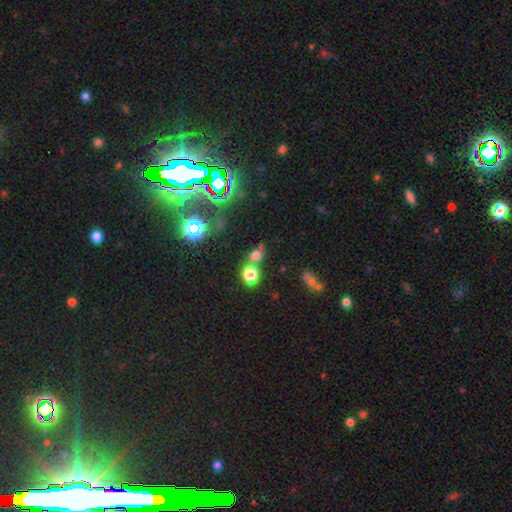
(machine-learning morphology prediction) A smooth galaxy with no disk features (68%) that is round (56%).

Vote fractions:
- Smooth or featured? smooth: 68% / star or artifact: 23% / featured or disk: 9%
- How rounded? round: 56% / in between: 42% / cigar-shaped: 2%
- Merging? none: 48% / merger: 35% / minor disturbance: 11% / major disturbance: 6%